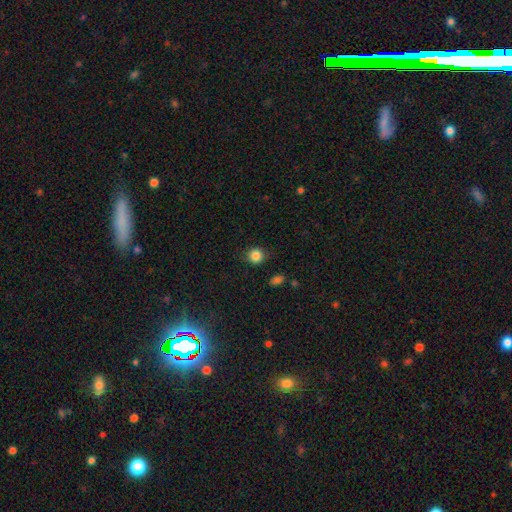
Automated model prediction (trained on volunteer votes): A smooth galaxy with no disk features (85%) that is round (90%).

Vote fractions:
- Smooth or featured? smooth: 85% / star or artifact: 11% / featured or disk: 4%
- How rounded? round: 90% / in between: 9% / cigar-shaped: 1%
- Merging? none: 85% / minor disturbance: 10% / major disturbance: 3% / merger: 2%